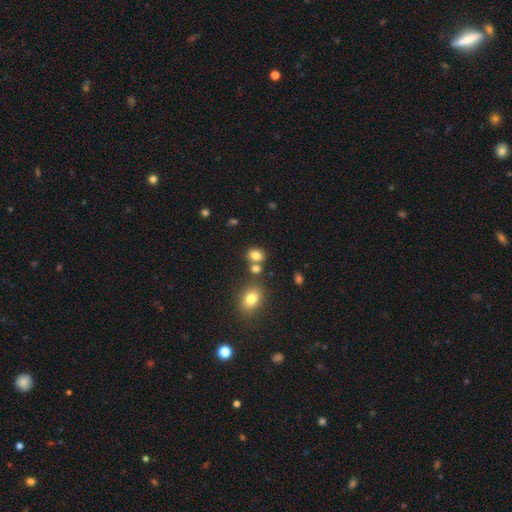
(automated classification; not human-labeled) Q: Smooth or featured?
A: smooth (80%); runner-up: star or artifact (12%)
Q: How rounded?
A: round (52%); runner-up: in between (47%)
Q: Merging?
A: none (61%); runner-up: merger (24%)